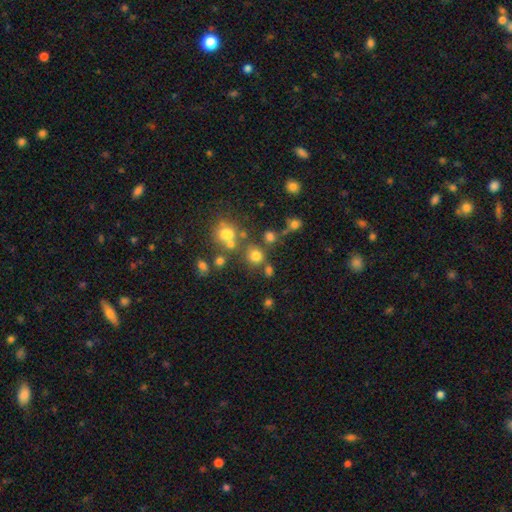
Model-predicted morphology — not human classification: smooth-or-featured: smooth: 72% | star or artifact: 19% | featured or disk: 9%
  how-rounded: round: 87% | in between: 12% | cigar-shaped: 1%
  merging: none: 69% | merger: 16% | minor disturbance: 10% | major disturbance: 5%